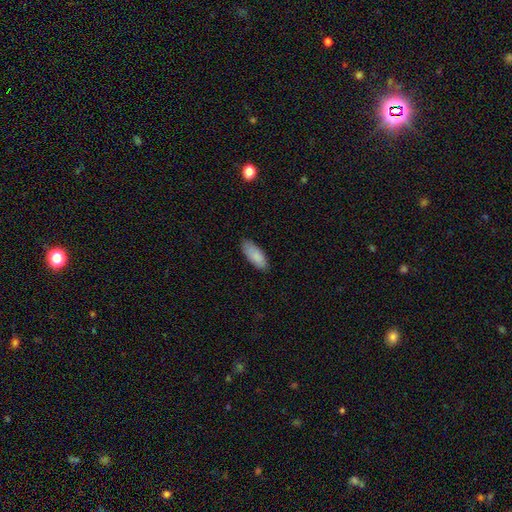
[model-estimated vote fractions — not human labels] Morphology: type=smooth (89%); roundness=in between (81%); merging=none (83%).